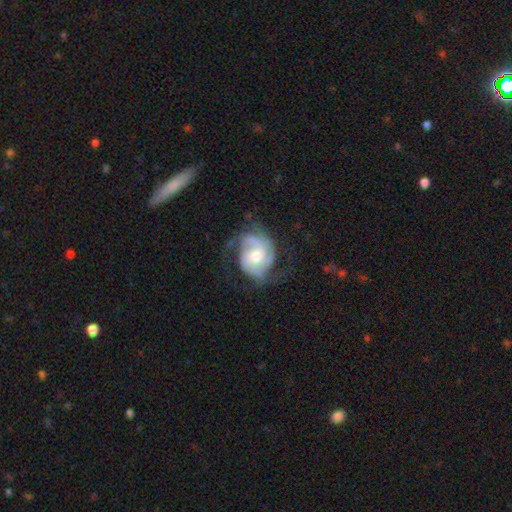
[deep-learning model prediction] The model was most divided on "spiral winding": medium: 45%, tight: 39%, loose: 16%. Remaining: edge-on disk — no (98%); spiral arms — yes (95%); smooth or featured — featured or disk (82%); bar — no (64%); merging — none (59%); bulge size — moderate (57%); spiral arm count — 2 (42%).